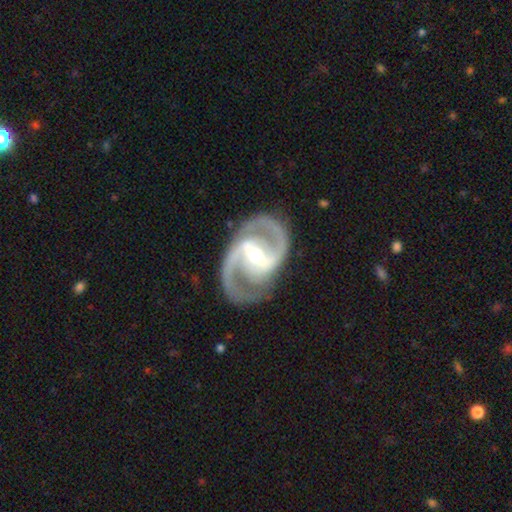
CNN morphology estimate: featured or disk 93%, star or artifact 4%, smooth 3%. Down the decision tree: edge-on disk — no (97%); bar — strong (61%); spiral arms — yes (98%); spiral arm count — 2 (93%); spiral winding — medium (61%); bulge size — moderate (56%); merging — none (84%).